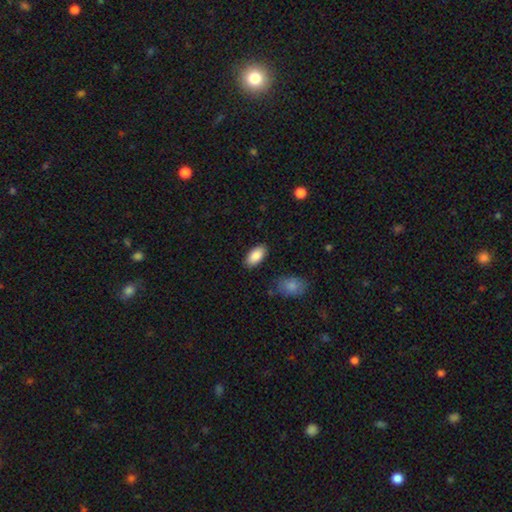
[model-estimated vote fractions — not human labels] Smooth or featured? smooth (87%)
How rounded? in between (94%)
Merging? none (87%)